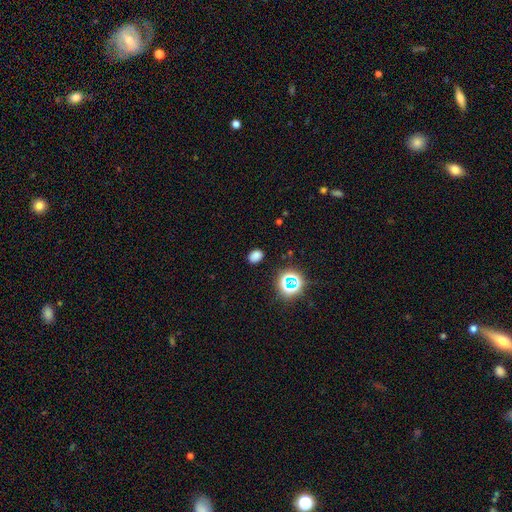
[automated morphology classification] Smooth or featured: smooth — 73% (star or artifact — 22%)
How rounded: in between — 66% (round — 33%)
Merging: none — 86% (minor disturbance — 10%)